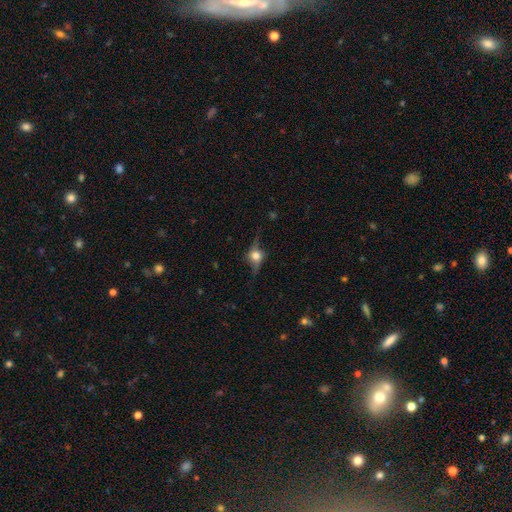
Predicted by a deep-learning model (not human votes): smooth_or_featured: featured or disk (p=0.66) [alt: smooth p=0.23]
disk_edge_on: yes (p=0.84) [alt: no p=0.16]
edge_on_bulge: rounded (p=0.94) [alt: boxy p=0.04]
merging: none (p=0.75) [alt: minor disturbance p=0.17]